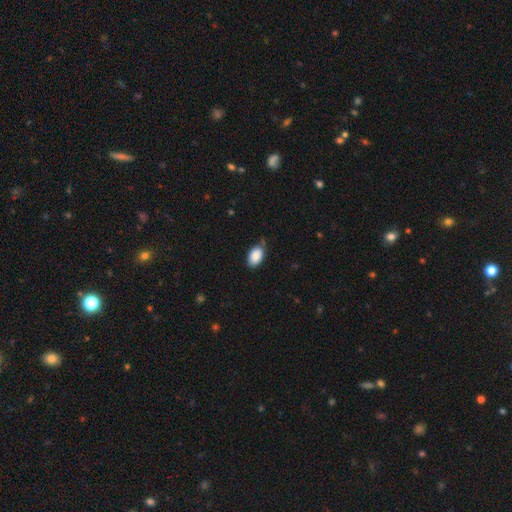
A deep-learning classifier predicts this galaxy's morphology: The model was most divided on "merging": none: 72%, minor disturbance: 22%, major disturbance: 4%, merger: 2%. More confident: how rounded — in between (92%); smooth or featured — smooth (88%).